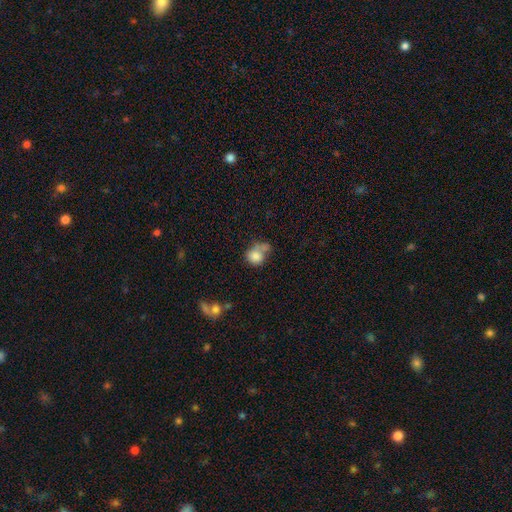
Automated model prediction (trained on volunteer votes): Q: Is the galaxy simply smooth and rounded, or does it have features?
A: smooth — 80%.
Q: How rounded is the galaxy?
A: round — 71%.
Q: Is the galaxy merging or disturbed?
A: merger — 39%.